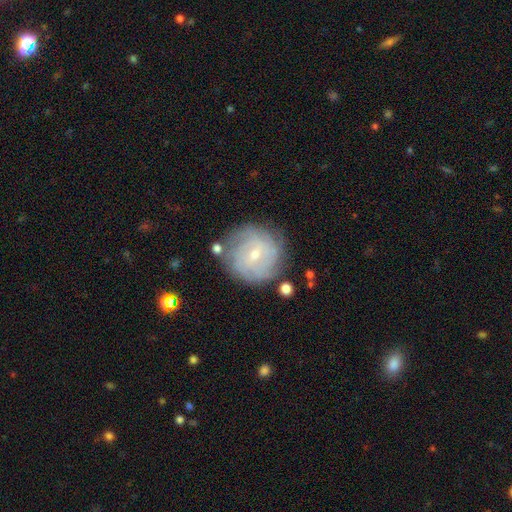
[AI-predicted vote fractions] The model was most divided on "bar": no: 46%, weak: 44%, strong: 10%. Remaining: edge-on disk — no (97%); spiral arms — yes (84%); merging — none (79%); bulge size — small (69%); spiral winding — tight (68%); smooth or featured — featured or disk (64%); spiral arm count — can't tell (47%).